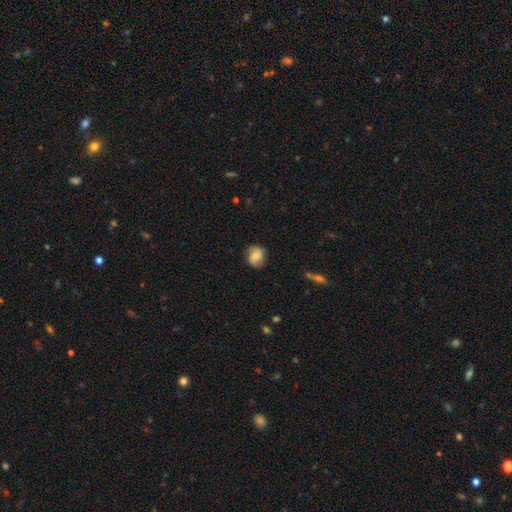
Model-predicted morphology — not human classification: The model was most divided on "how rounded": round: 63%, in between: 36%, cigar-shaped: 1%. More confident: merging — none (70%); smooth or featured — smooth (69%).